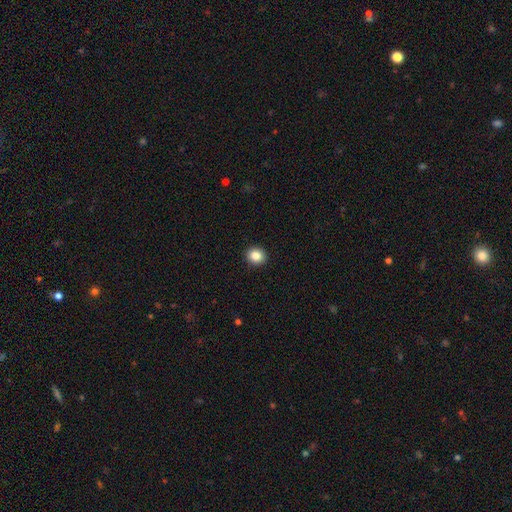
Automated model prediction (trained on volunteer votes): A smooth galaxy with no disk features (85%) that is round (82%).

Vote fractions:
- Smooth or featured? smooth: 85% / star or artifact: 10% / featured or disk: 5%
- How rounded? round: 82% / in between: 17% / cigar-shaped: 1%
- Merging? none: 93% / minor disturbance: 5% / major disturbance: 2% / merger: 1%